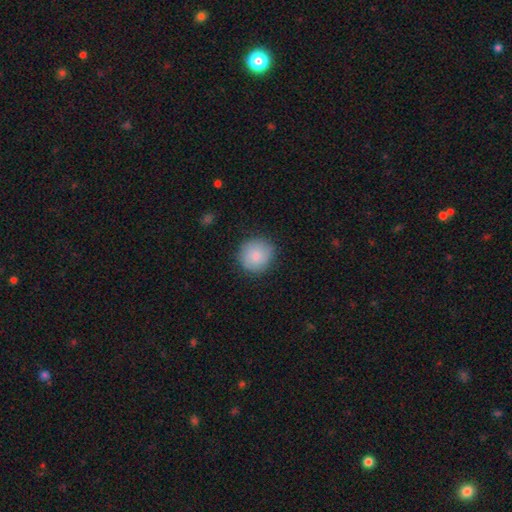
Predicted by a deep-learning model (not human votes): Smooth or featured? Predicted: smooth (p=0.83). How rounded? Predicted: round (p=0.92). Merging? Predicted: none (p=0.85).